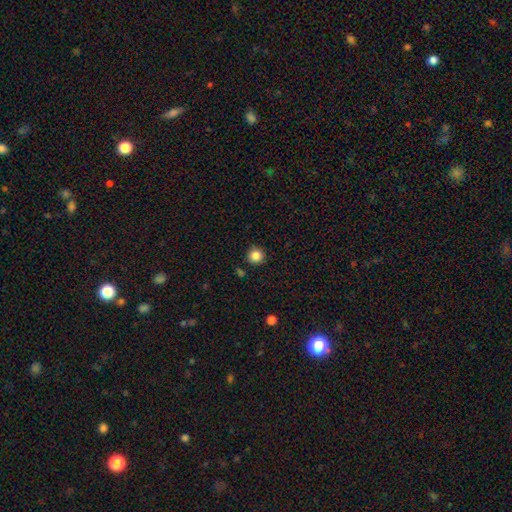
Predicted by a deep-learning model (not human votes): Smooth or featured: smooth — 84% (star or artifact — 11%)
How rounded: round — 94% (in between — 5%)
Merging: none — 89% (minor disturbance — 7%)